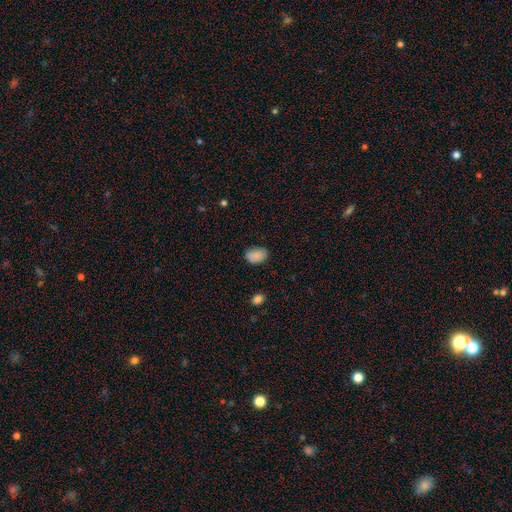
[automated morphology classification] Smooth or featured? smooth (87%)
How rounded? in between (84%)
Merging? none (74%)